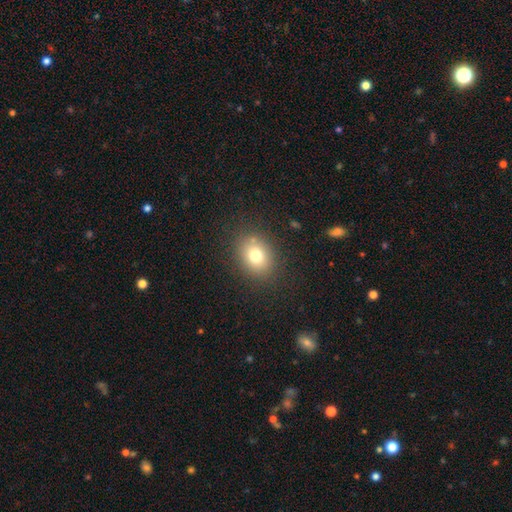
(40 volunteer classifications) A smooth galaxy with no disk features (75%) that is in between round and cigar-shaped (80%). Merging: none (78%).